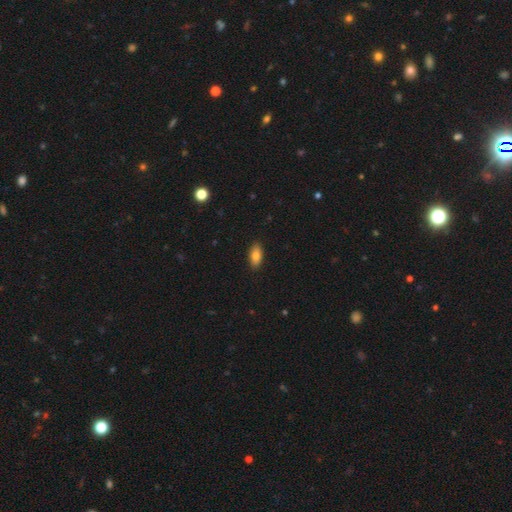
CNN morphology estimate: Smooth or featured?
  - smooth: 83% *
  - featured or disk: 10%
  - star or artifact: 7%
How rounded?
  - in between: 86% *
  - cigar-shaped: 11%
  - round: 3%
Merging?
  - none: 88% *
  - minor disturbance: 9%
  - major disturbance: 2%
  - merger: 1%